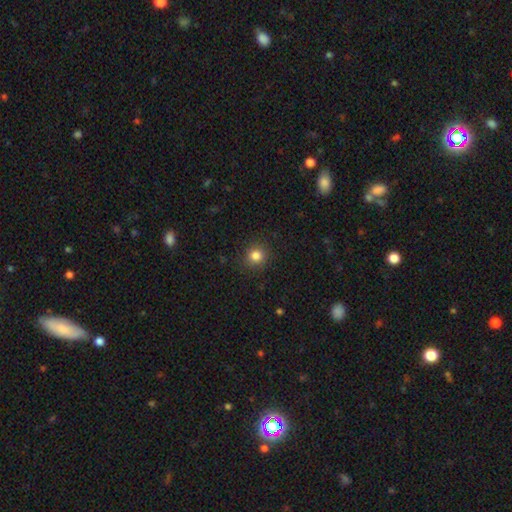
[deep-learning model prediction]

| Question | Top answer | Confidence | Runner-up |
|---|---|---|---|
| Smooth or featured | smooth | 83% | star or artifact (12%) |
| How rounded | round | 88% | in between (11%) |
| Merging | none | 90% | minor disturbance (7%) |